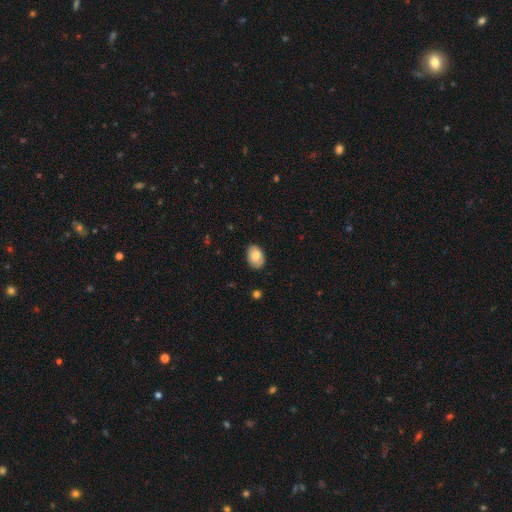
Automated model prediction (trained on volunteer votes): smooth_or_featured: smooth (p=0.77) [alt: featured or disk p=0.16]
how_rounded: in between (p=0.87) [alt: round p=0.12]
merging: none (p=0.85) [alt: minor disturbance p=0.12]